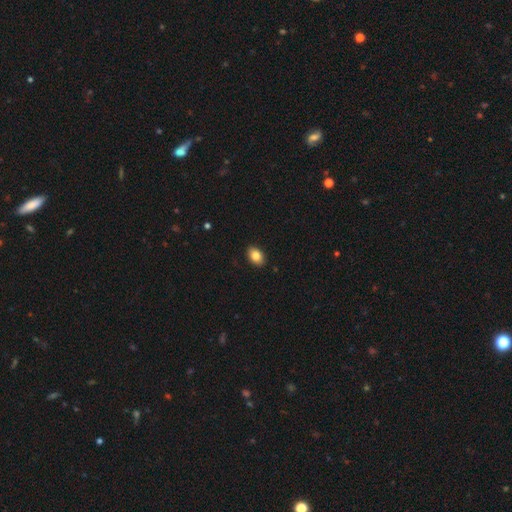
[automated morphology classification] A smooth galaxy with no disk features (84%) that is in between round and cigar-shaped (85%). Merging: none (90%).